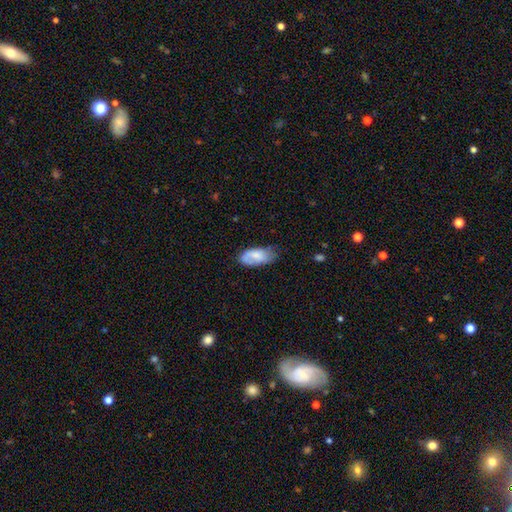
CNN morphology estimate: Smooth or featured: smooth — 70% (featured or disk — 23%)
How rounded: in between — 92% (cigar-shaped — 6%)
Merging: none — 50% (minor disturbance — 35%)